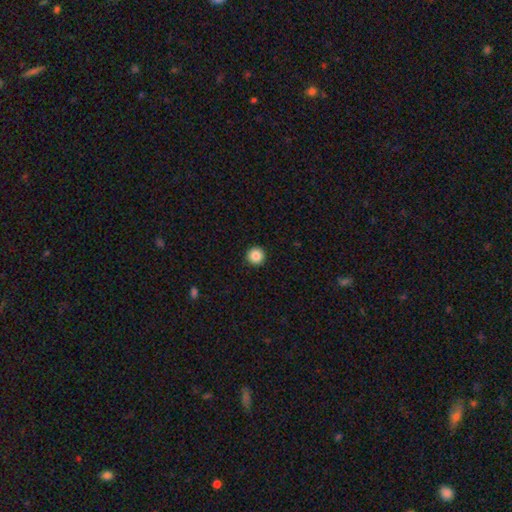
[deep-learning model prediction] Morphology: type=smooth (87%); roundness=round (96%); merging=none (93%).